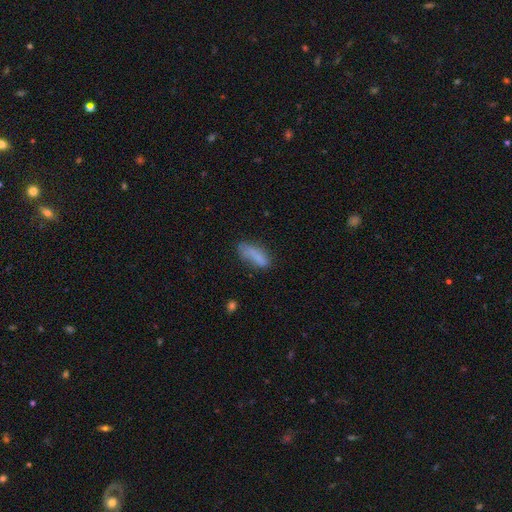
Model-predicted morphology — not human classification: The model was most divided on "how rounded": in between: 57%, cigar-shaped: 41%, round: 2%. More confident: smooth or featured — smooth (80%); merging — none (55%).